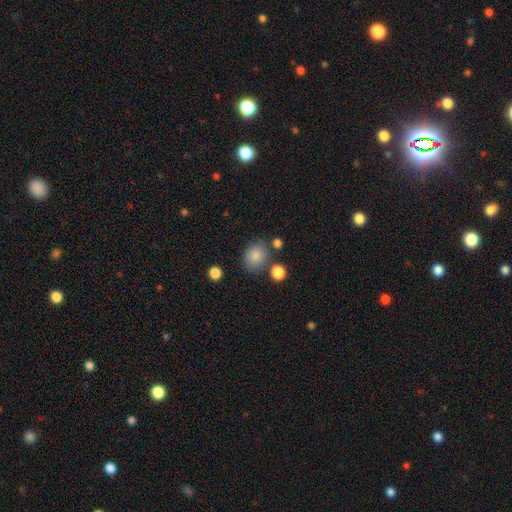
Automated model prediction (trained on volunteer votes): Overall: smooth (84%). How rounded: round (54%; in between 45%). Merging: none (72%).